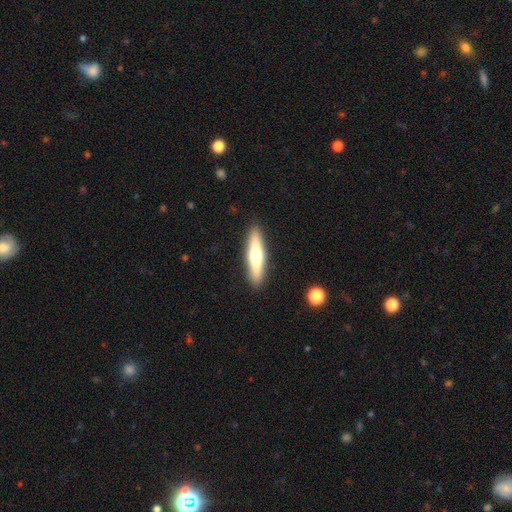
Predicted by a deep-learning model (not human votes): Morphology: type=smooth (52%); roundness=cigar-shaped (80%); merging=none (90%).